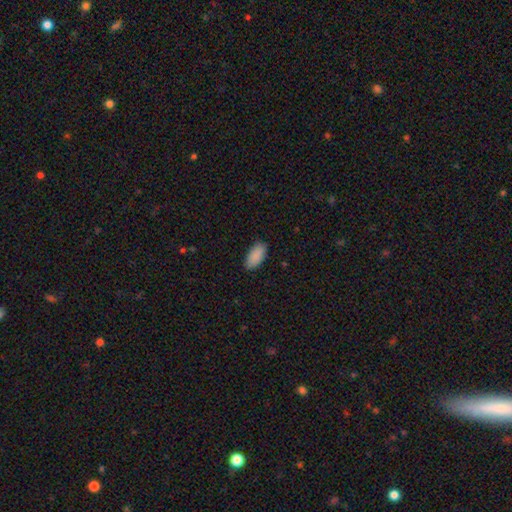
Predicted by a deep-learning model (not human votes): Smooth or featured? smooth (90%)
How rounded? in between (93%)
Merging? none (85%)